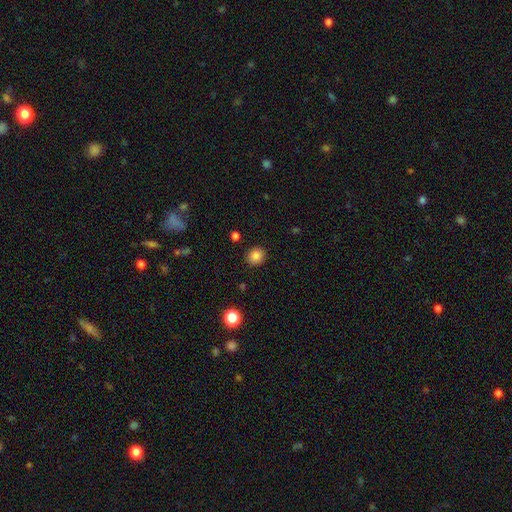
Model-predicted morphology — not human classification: Smooth or featured? Predicted: smooth (p=0.84). How rounded? Predicted: round (p=0.75). Merging? Predicted: none (p=0.90).